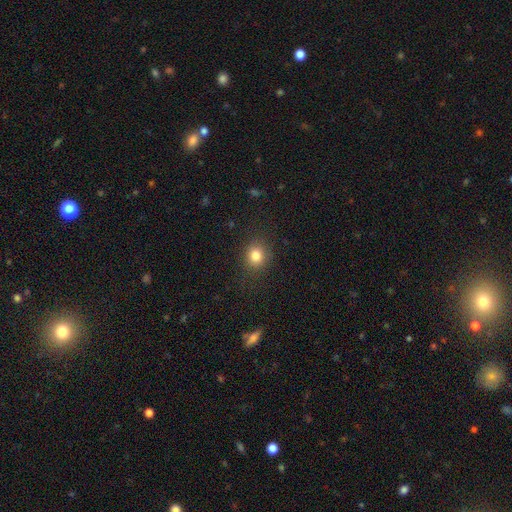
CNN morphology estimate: Q: Smooth or featured?
A: smooth (82%); runner-up: star or artifact (12%)
Q: How rounded?
A: round (77%); runner-up: in between (22%)
Q: Merging?
A: none (87%); runner-up: minor disturbance (9%)